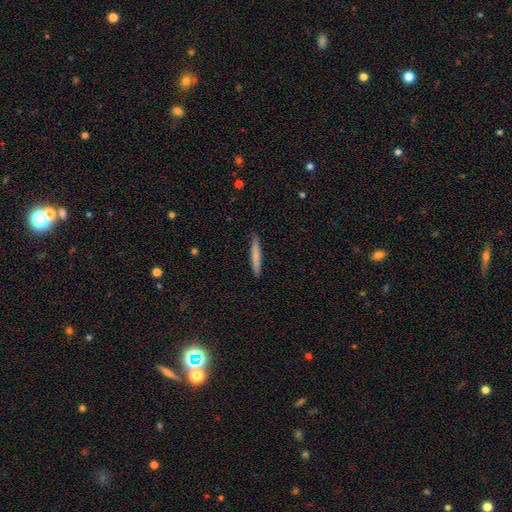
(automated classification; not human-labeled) A smooth galaxy with no disk features (73%) that is cigar-shaped (95%). Merging: none (90%).